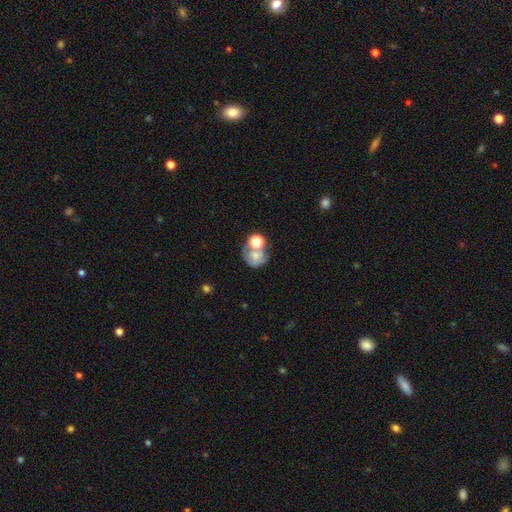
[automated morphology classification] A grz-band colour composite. It shows a smooth galaxy with no disk features (55%) that is round (63%). Merging: merger (42%).